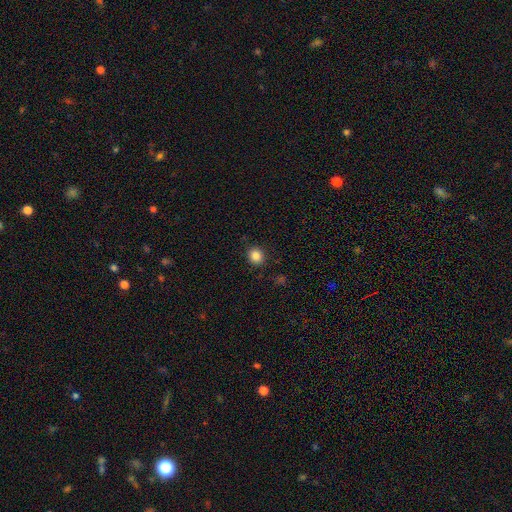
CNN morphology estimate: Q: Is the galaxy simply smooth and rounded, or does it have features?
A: smooth — 85%.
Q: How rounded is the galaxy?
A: round — 79%.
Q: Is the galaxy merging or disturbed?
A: none — 90%.